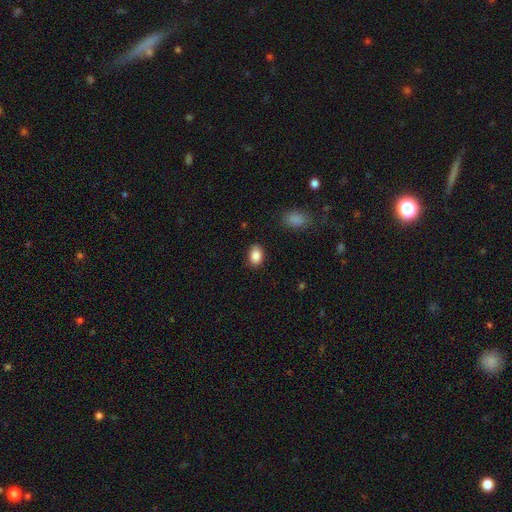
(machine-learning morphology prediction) Smooth or featured? smooth (88%)
How rounded? in between (80%)
Merging? none (87%)